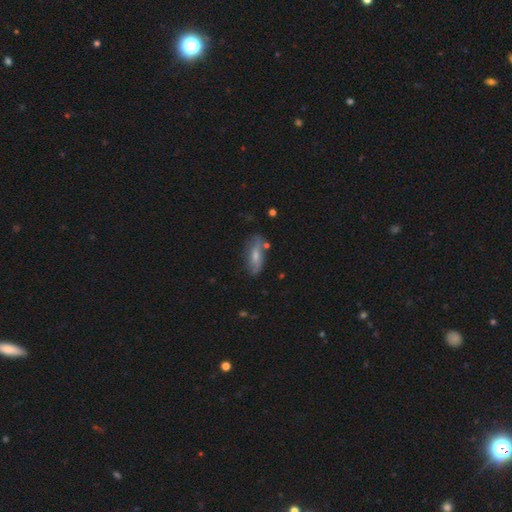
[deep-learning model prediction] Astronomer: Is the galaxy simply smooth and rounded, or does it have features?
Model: smooth — 53% (runner-up: featured or disk, 40%).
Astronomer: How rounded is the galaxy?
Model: in between — 73%.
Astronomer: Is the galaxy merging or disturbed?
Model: none — 64%.